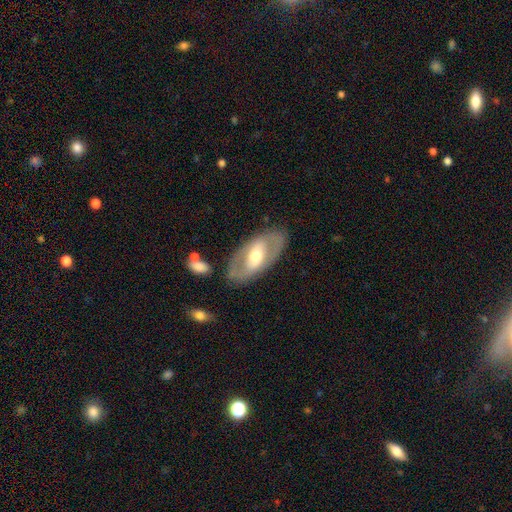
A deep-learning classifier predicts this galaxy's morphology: smooth-or-featured: featured or disk: 66% | smooth: 28% | star or artifact: 5%
  disk-edge-on: no: 88% | yes: 12%
    bar: weak: 36% (tied) | strong: 36% (tied) | no: 28%
    has-spiral-arms: no: 57% | yes: 43%
    bulge-size: moderate: 69% | small: 16% | large: 12% | dominant: 1% | none: 1%
  merging: none: 80% | minor disturbance: 12% | major disturbance: 5% | merger: 2%